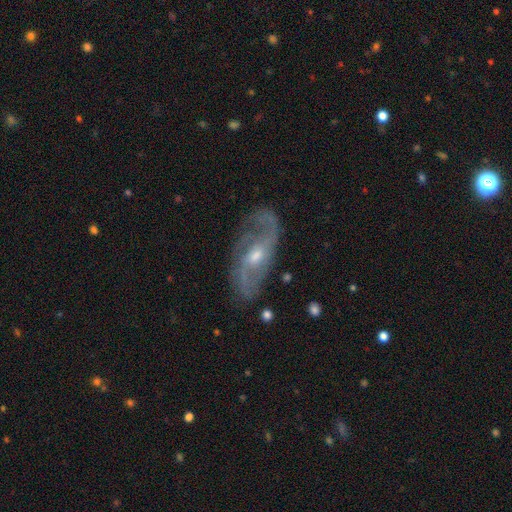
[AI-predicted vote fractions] This appears to be a featured or disk galaxy (85%) with a weak bar (44%, tied with no), 2 (78%) medium (46%) spiral arms (94%) and a moderate central bulge (57%). Merging: none (76%).